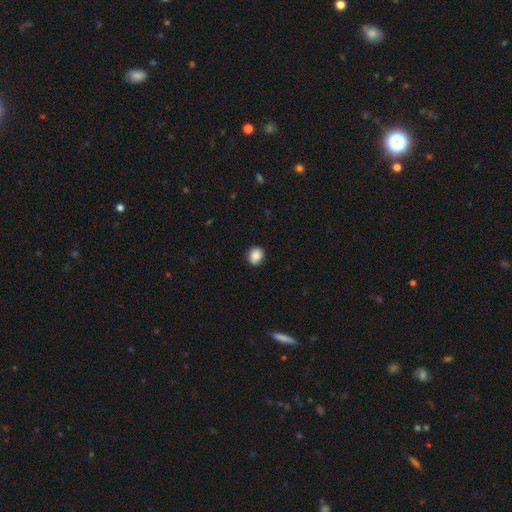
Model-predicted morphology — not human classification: smooth-or-featured: smooth: 87% | star or artifact: 9% | featured or disk: 5%
  how-rounded: round: 67% | in between: 32% | cigar-shaped: 1%
  merging: none: 85% | minor disturbance: 11% | major disturbance: 2% | merger: 1%